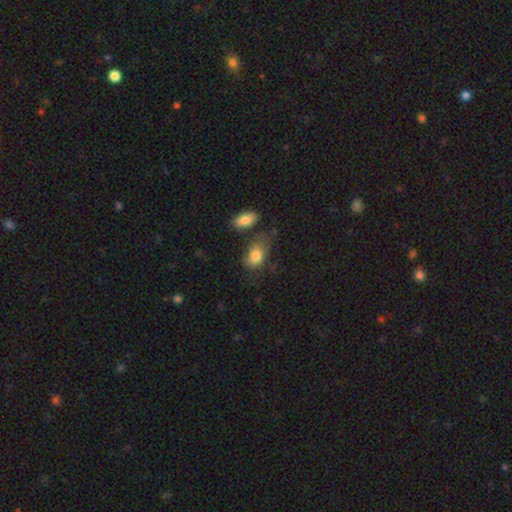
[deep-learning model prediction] This is likely a smooth galaxy (79%). How rounded: clearly in between (86%). Merging: marginally none (37%).